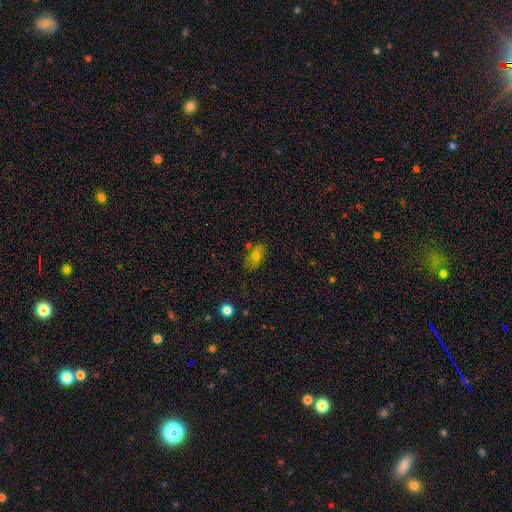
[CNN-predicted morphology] Overall: smooth (68%). How rounded: in between (86%). Merging: none (70%).